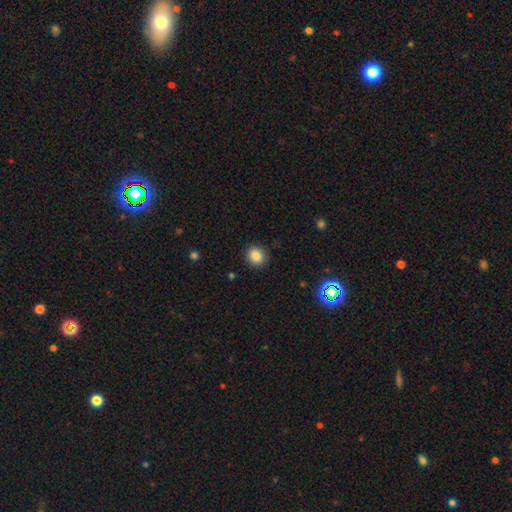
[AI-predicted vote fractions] Morphology: type=smooth (86%); roundness=round (73%); merging=none (89%).